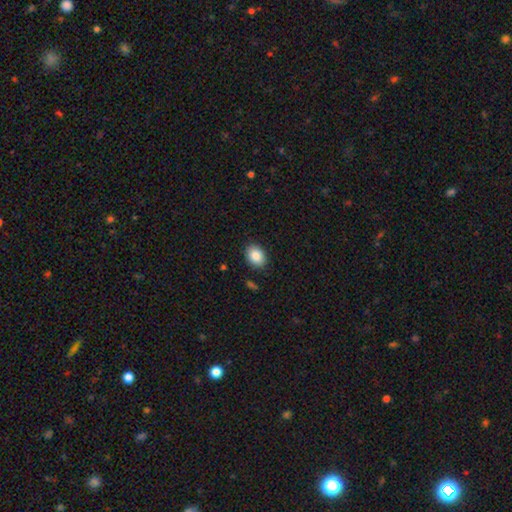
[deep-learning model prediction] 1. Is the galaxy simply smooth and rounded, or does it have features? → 87% smooth, 8% star or artifact, 5% featured or disk.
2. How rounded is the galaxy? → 65% in between, 34% round, 1% cigar-shaped.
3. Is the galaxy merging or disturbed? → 88% none, 9% minor disturbance, 2% major disturbance, 1% merger.